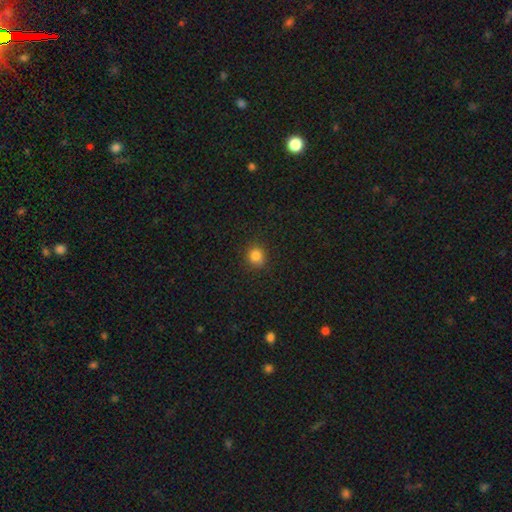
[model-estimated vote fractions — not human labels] A smooth galaxy with no disk features (84%) that is round (85%). Merging: none (89%).